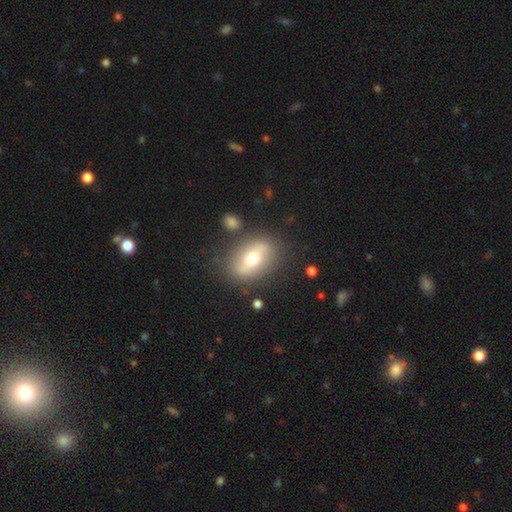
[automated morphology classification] A smooth galaxy with no disk features (54%) that is in between round and cigar-shaped (79%).

Vote fractions:
- Smooth or featured? smooth: 54% / featured or disk: 33% / star or artifact: 14%
- How rounded? in between: 79% / round: 18% / cigar-shaped: 4%
- Merging? none: 77% / minor disturbance: 13% / merger: 6% / major disturbance: 5%